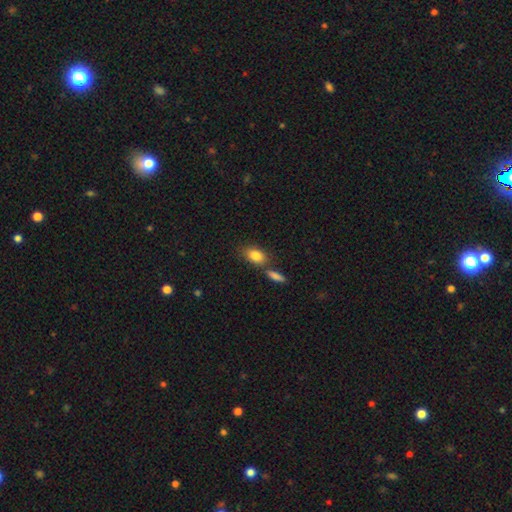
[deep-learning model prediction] Smooth or featured? smooth (84%)
How rounded? in between (84%)
Merging? none (61%)